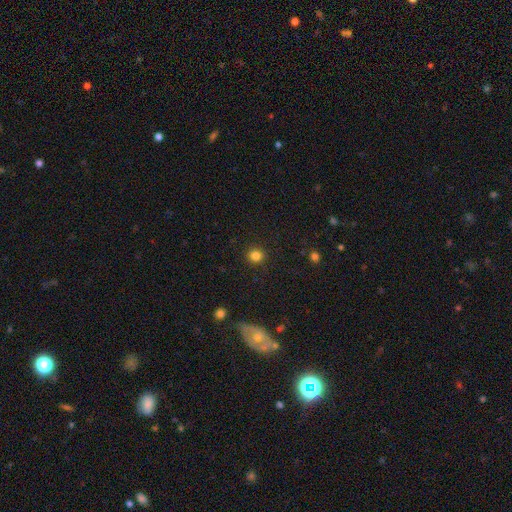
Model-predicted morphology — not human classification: A smooth galaxy with no disk features (83%) that is round (90%). Merging: none (91%).